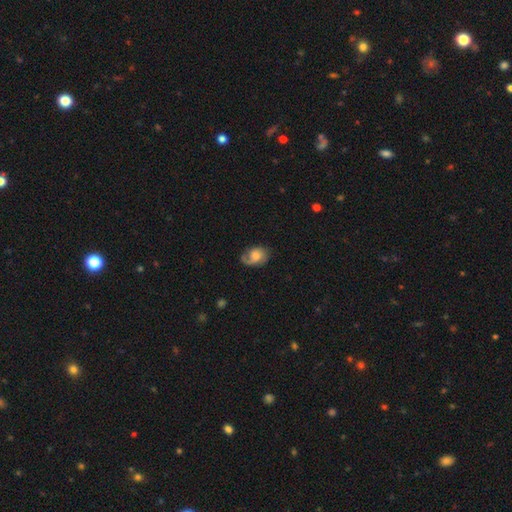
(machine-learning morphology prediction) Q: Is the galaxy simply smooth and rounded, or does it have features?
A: featured or disk — 61%.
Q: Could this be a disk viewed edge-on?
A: no — 96%.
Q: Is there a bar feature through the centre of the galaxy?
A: no — 68%.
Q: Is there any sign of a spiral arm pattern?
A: yes — 90%.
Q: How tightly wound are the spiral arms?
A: medium — 41%.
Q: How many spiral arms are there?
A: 1 — 44%.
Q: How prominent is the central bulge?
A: moderate — 54%.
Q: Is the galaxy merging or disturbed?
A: none — 62%.